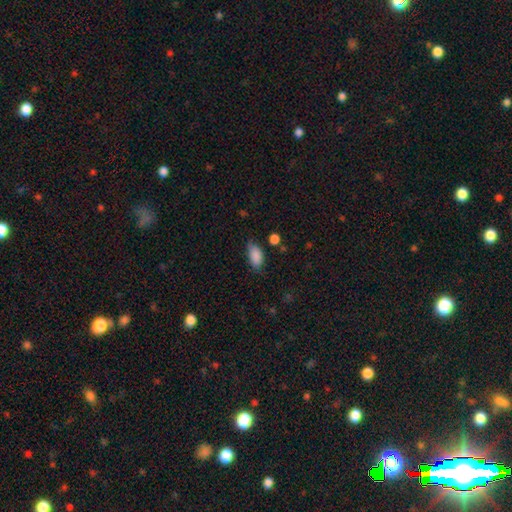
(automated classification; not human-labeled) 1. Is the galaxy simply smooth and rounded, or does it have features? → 87% smooth, 8% star or artifact, 6% featured or disk.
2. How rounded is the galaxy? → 92% in between, 4% round, 4% cigar-shaped.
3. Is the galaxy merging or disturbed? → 61% none, 30% minor disturbance, 7% major disturbance, 3% merger.